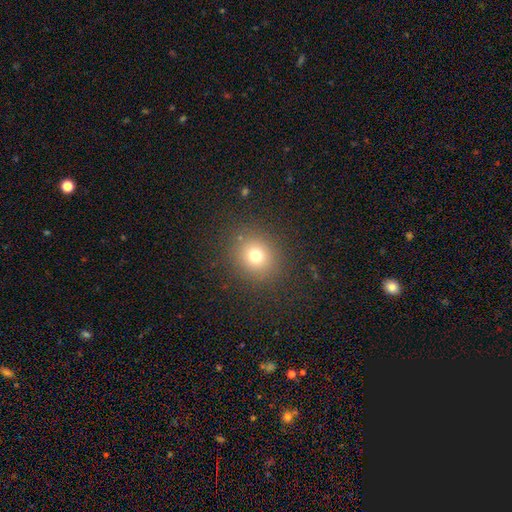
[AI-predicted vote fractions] Smooth or featured? smooth (73%)
How rounded? round (82%)
Merging? none (87%)